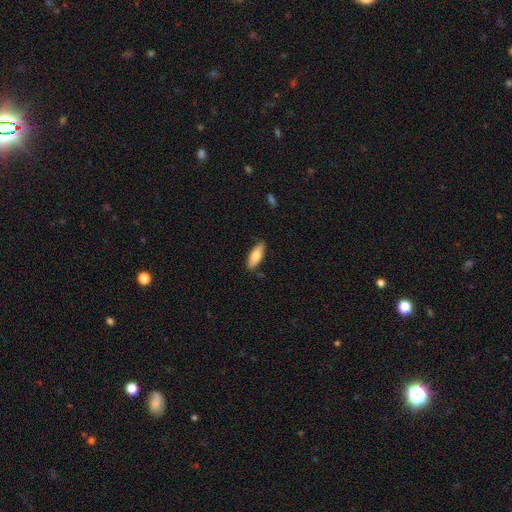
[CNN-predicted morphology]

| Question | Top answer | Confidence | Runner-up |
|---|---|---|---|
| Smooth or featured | smooth | 78% | featured or disk (16%) |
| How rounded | in between | 67% | cigar-shaped (31%) |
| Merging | none | 86% | minor disturbance (11%) |